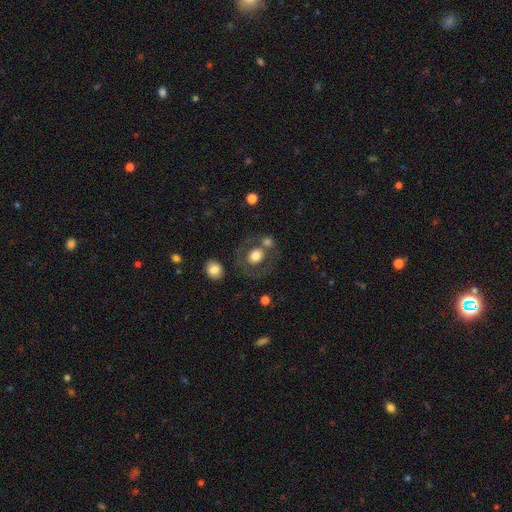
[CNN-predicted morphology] Q: Smooth or featured?
A: smooth (62%); runner-up: featured or disk (29%)
Q: How rounded?
A: round (74%); runner-up: in between (25%)
Q: Merging?
A: none (63%); runner-up: merger (16%)